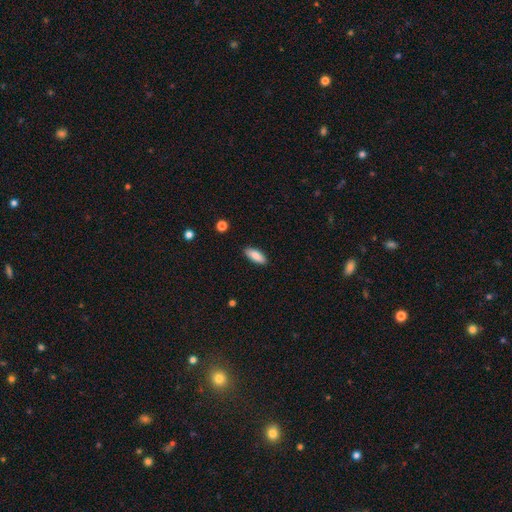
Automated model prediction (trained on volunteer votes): A smooth galaxy with no disk features (86%) that is in between round and cigar-shaped (73%). Merging: none (88%).